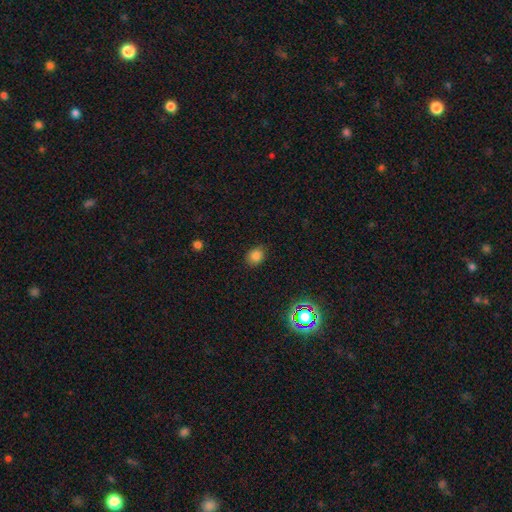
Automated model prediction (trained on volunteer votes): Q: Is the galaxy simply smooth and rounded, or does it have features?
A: smooth — 81%.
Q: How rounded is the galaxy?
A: round — 50%.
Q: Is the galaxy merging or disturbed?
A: none — 85%.